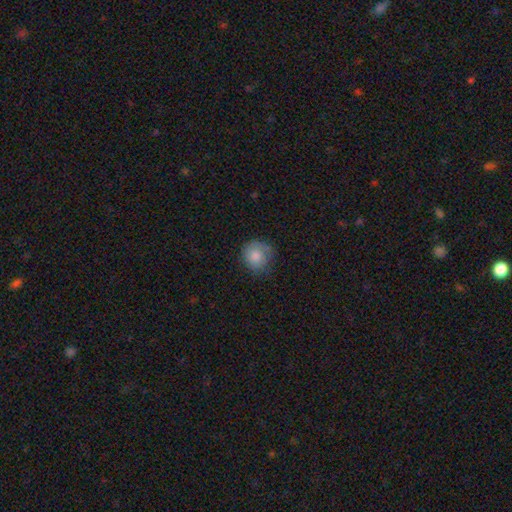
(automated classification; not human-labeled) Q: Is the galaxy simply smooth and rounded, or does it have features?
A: smooth — 81%.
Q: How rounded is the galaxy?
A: round — 86%.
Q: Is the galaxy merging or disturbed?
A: none — 64%.